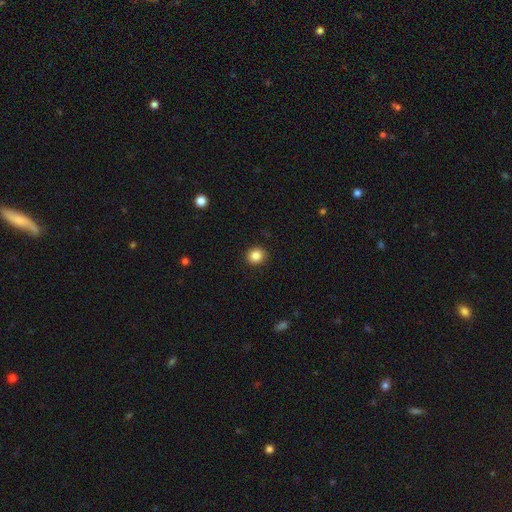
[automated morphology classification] A smooth galaxy with no disk features (86%) that is round (87%). Merging: none (91%).